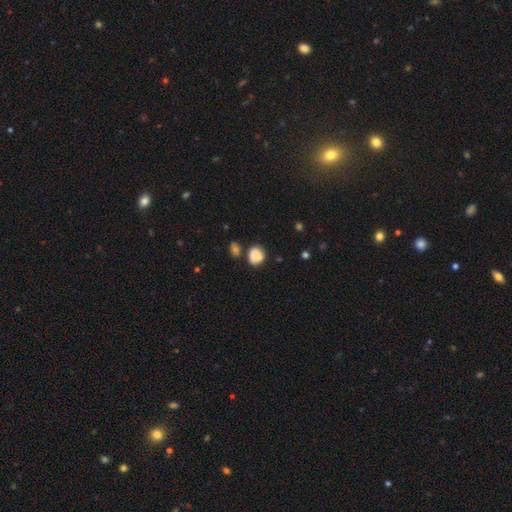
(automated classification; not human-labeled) A smooth galaxy with no disk features (82%) that is round (64%).

Vote fractions:
- Smooth or featured? smooth: 82% / featured or disk: 9% / star or artifact: 9%
- How rounded? round: 64% / in between: 35% / cigar-shaped: 1%
- Merging? none: 59% / minor disturbance: 23% / merger: 12% / major disturbance: 6%